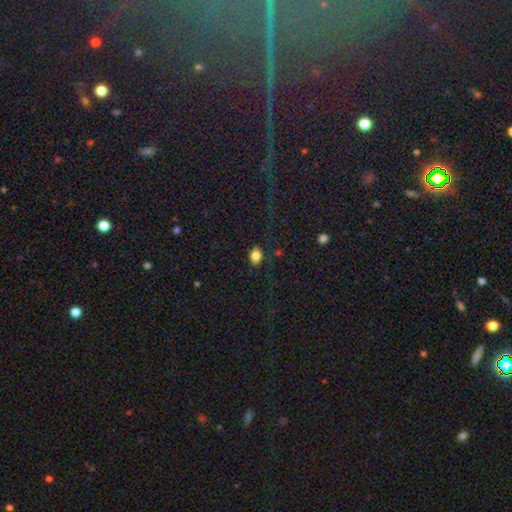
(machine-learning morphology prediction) This appears to be a smooth galaxy with no disk features (82%) that is in between round and cigar-shaped (66%). Merging: none (83%).